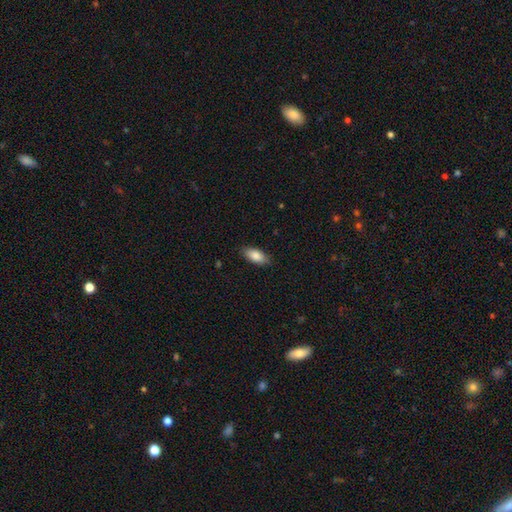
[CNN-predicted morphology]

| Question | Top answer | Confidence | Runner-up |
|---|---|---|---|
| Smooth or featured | smooth | 85% | featured or disk (8%) |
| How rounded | in between | 88% | cigar-shaped (10%) |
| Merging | none | 87% | minor disturbance (10%) |